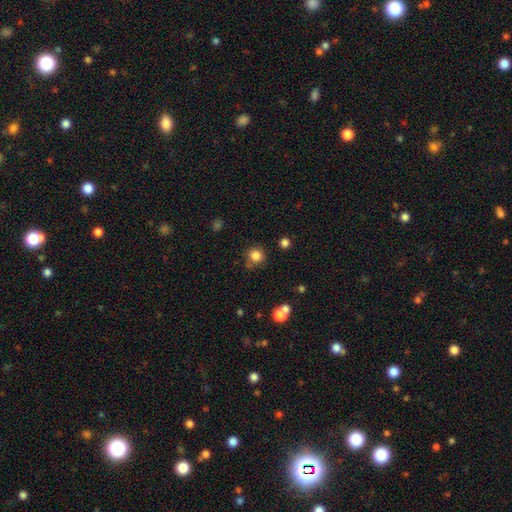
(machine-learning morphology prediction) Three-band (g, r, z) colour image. It shows a smooth galaxy with no disk features (83%) that is round (93%). Merging: none (78%).